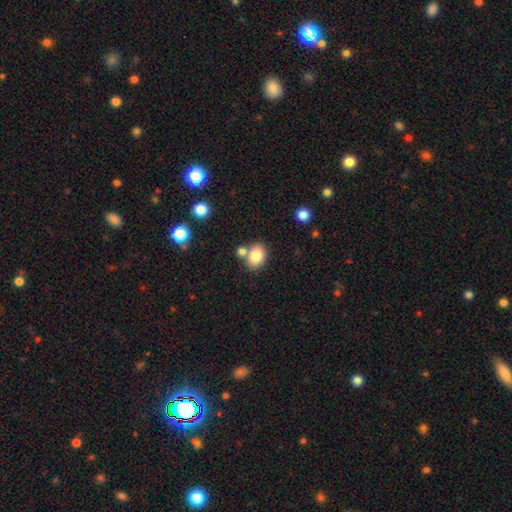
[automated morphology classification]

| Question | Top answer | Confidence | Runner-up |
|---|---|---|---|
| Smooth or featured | smooth | 83% | star or artifact (9%) |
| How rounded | in between | 65% | round (34%) |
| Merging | none | 65% | merger (21%) |